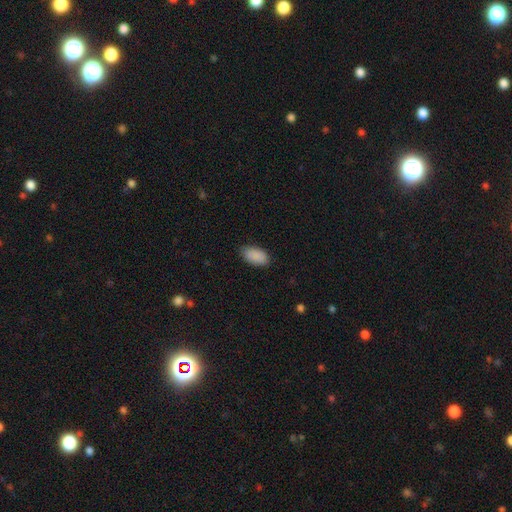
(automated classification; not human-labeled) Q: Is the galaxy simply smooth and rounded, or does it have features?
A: smooth — 90%.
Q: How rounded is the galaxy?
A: in between — 95%.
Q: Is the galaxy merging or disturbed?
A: none — 82%.